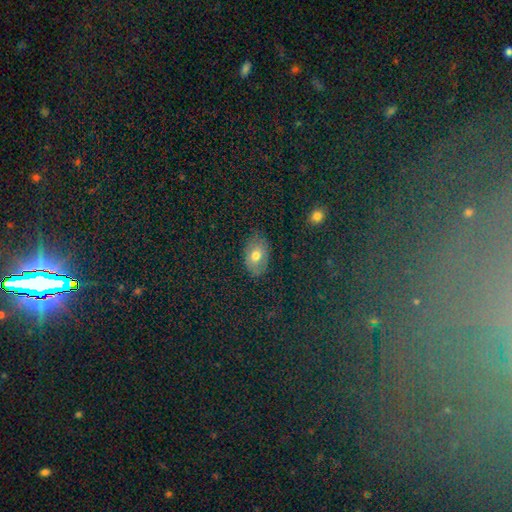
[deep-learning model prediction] smooth 65%, featured or disk 18%, star or artifact 17%. Down the decision tree: how rounded — in between (85%); merging — none (81%).